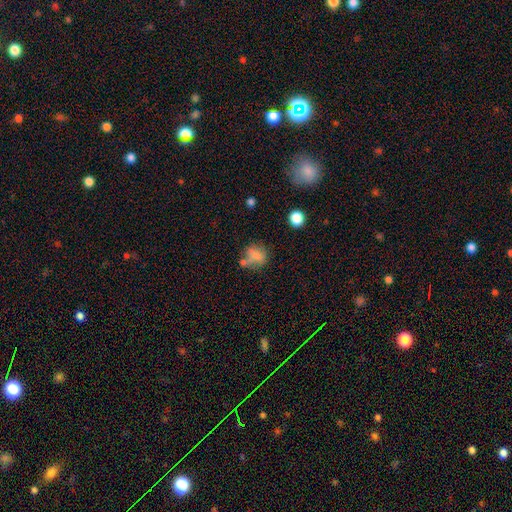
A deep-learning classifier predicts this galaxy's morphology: This is likely a smooth galaxy (71%). How rounded: possibly round (60%). Merging: marginally none (44%).